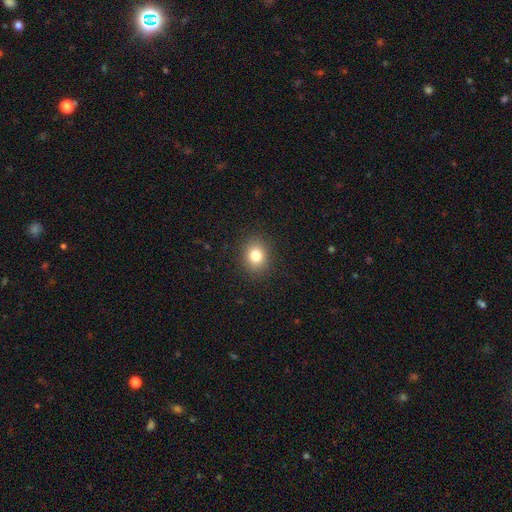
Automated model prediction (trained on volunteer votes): This is clearly a smooth galaxy (81%). How rounded: likely round (63%). Merging: clearly none (89%).